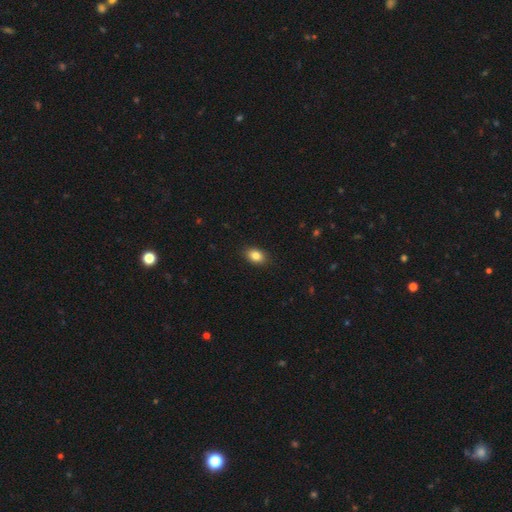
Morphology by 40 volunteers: Smooth or featured? 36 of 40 (90%) said smooth. How rounded? 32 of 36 (89%) said in between. Merging? 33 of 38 (87%) said none.